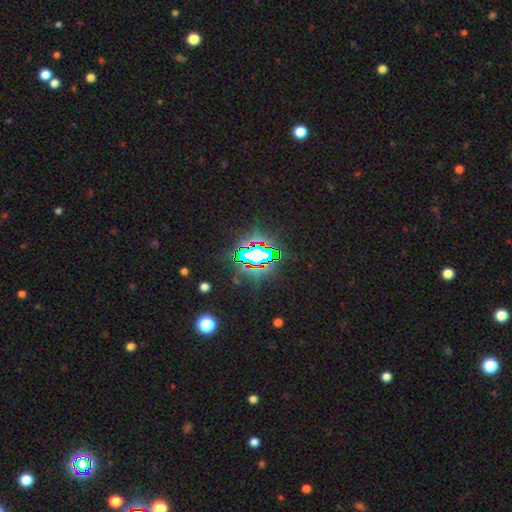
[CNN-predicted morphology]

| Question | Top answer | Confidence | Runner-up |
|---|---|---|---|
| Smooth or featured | star or artifact | 83% | smooth (9%) |